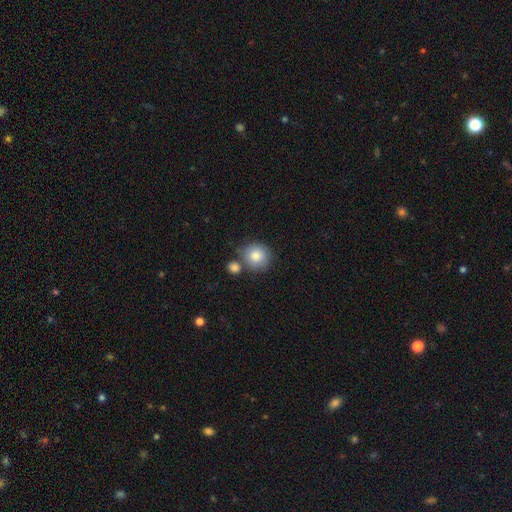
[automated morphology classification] Smooth or featured: smooth — 84% (featured or disk — 8%)
How rounded: round — 88% (in between — 11%)
Merging: none — 66% (merger — 19%)